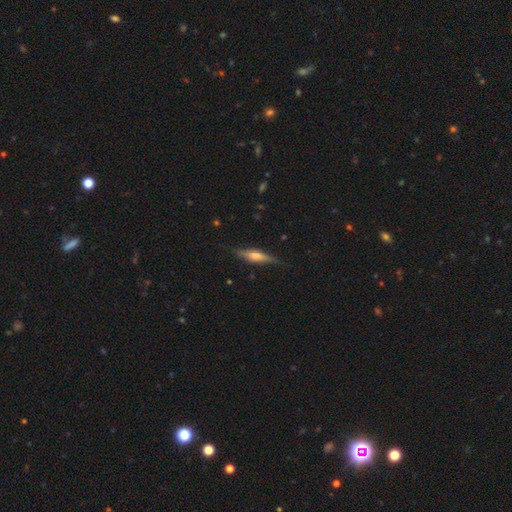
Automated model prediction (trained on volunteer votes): This is possibly a featured or disk galaxy (59%). It is clearly viewed edge-on (95%). Edge-on bulge: likely rounded (67%). Merging: clearly none (83%).